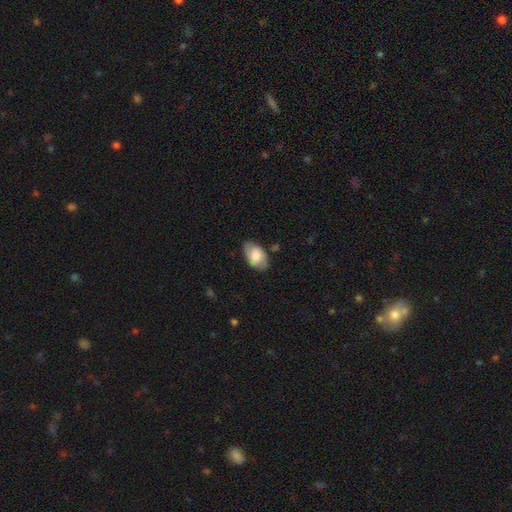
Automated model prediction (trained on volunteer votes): smooth 57%, featured or disk 36%, star or artifact 7%. Down the decision tree: how rounded — in between (92%); merging — none (74%).